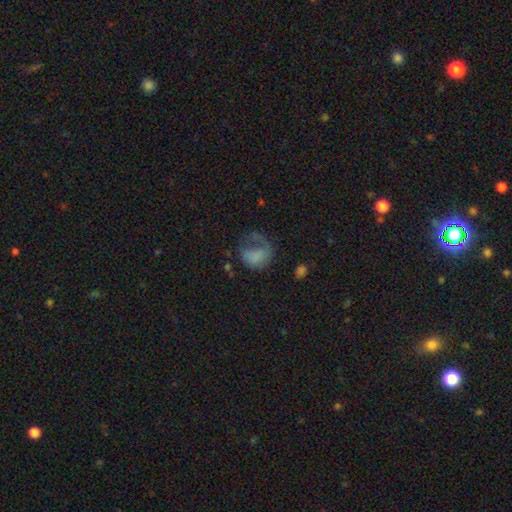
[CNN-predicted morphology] Smooth or featured? smooth (57%)
How rounded? in between (55%)
Merging? major disturbance (54%)